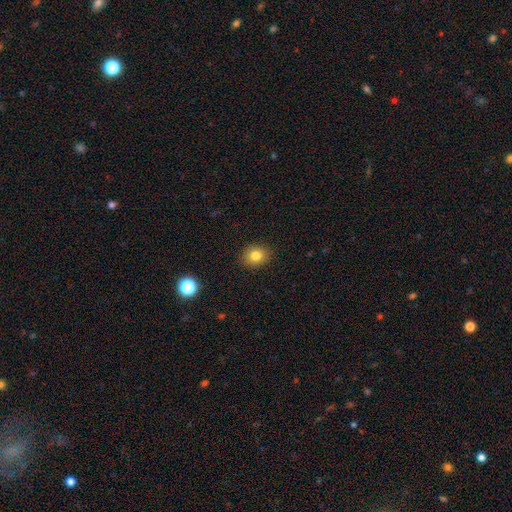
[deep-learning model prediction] A smooth galaxy with no disk features (81%) that is round (58%). Merging: none (89%).